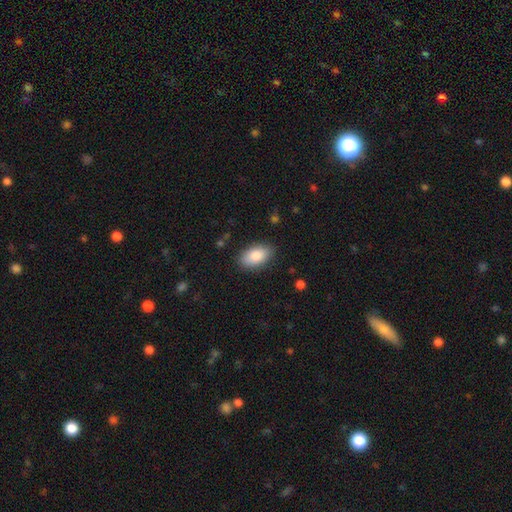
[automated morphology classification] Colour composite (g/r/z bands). It shows a smooth galaxy with no disk features (86%) that is in between round and cigar-shaped (94%). Merging: none (85%).